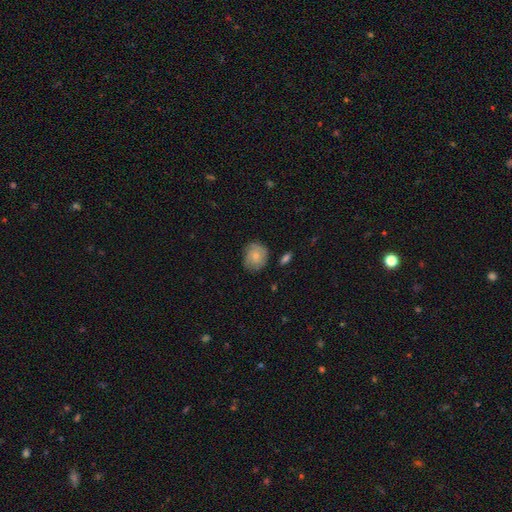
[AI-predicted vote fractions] Smooth or featured? smooth (67%)
How rounded? round (70%)
Merging? none (73%)